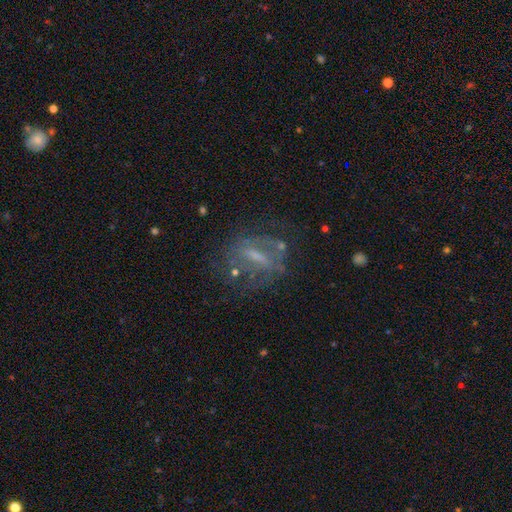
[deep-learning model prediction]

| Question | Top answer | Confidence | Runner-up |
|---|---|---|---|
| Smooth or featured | featured or disk | 62% | smooth (22%) |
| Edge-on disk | no | 84% | yes (16%) |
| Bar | strong | 42% | weak (38%) |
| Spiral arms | yes | 52% | no (48%) |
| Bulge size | small | 37% | none (31%) |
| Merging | none | 59% | minor disturbance (18%) |